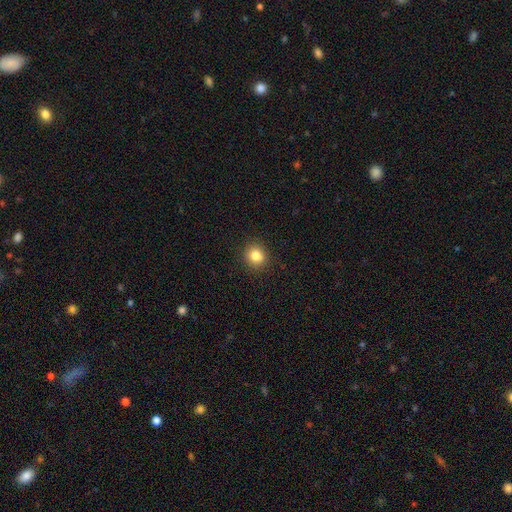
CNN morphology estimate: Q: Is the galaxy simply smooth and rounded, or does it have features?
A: smooth — 82%.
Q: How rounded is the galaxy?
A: round — 83%.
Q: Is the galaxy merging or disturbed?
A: none — 89%.